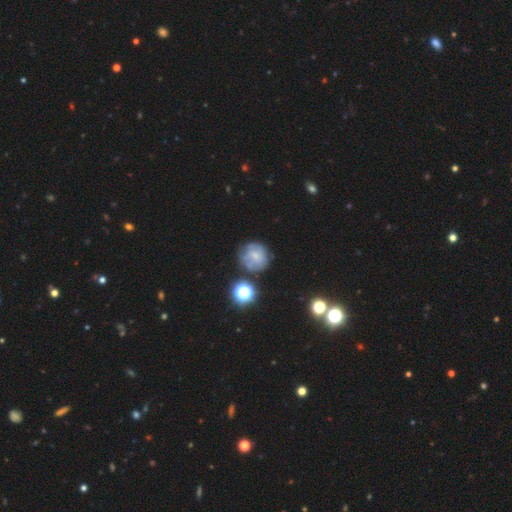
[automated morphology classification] Smooth or featured? smooth (43%)
Merging? none (62%)